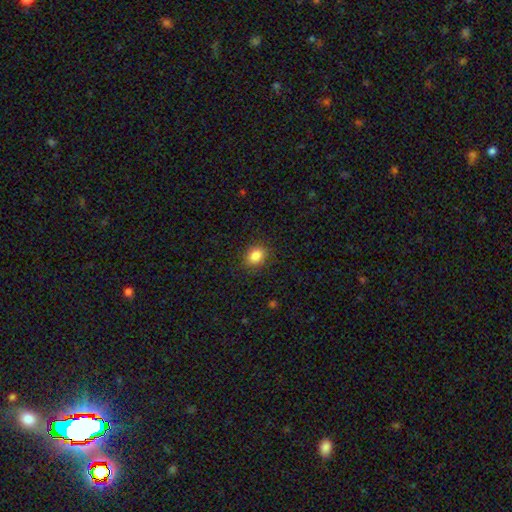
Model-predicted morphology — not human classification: smooth-or-featured: smooth: 85% | star or artifact: 10% | featured or disk: 6%
  how-rounded: round: 50% | in between: 49% | cigar-shaped: 1%
  merging: none: 87% | minor disturbance: 9% | major disturbance: 3% | merger: 1%